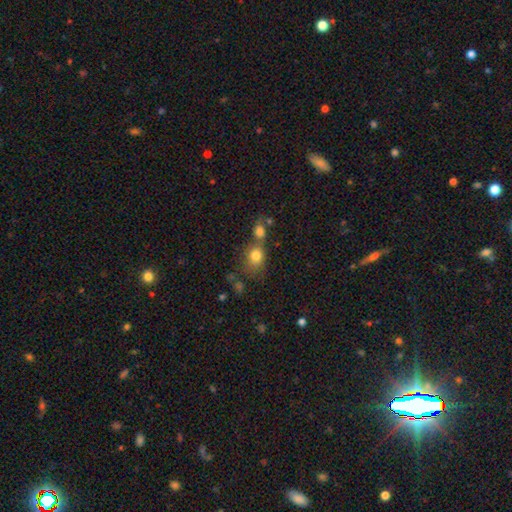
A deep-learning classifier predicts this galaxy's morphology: smooth-or-featured: smooth: 79% | star or artifact: 11% | featured or disk: 10%
  how-rounded: round: 59% | in between: 40% | cigar-shaped: 1%
  merging: merger: 41% | none: 40% | minor disturbance: 12% | major disturbance: 7%